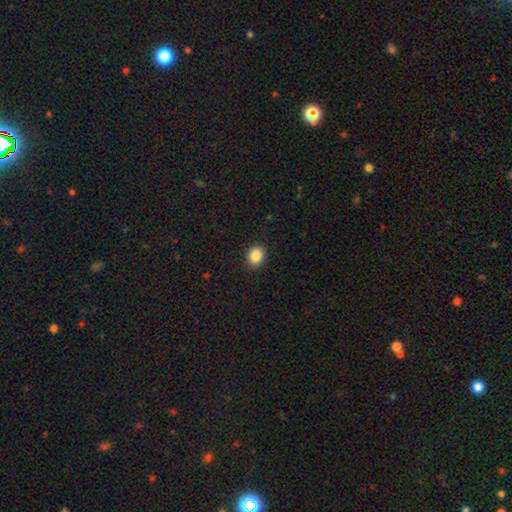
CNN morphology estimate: smooth 87%, star or artifact 9%, featured or disk 4%. Down the decision tree: how rounded — round (54%); merging — none (90%).